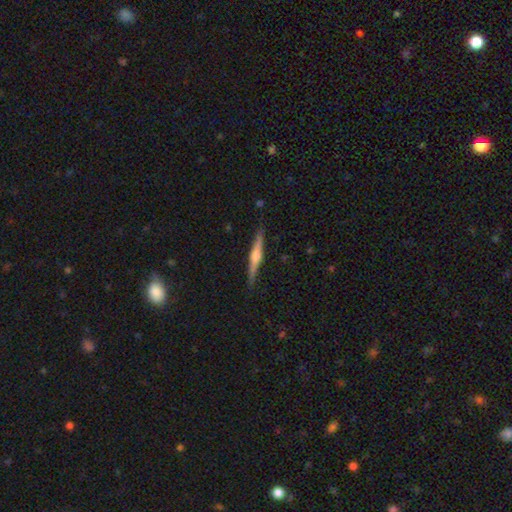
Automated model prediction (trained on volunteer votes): Smooth or featured: featured or disk — 76% (smooth — 19%)
Edge-on disk: yes — 98% (no — 2%)
Edge-on bulge: rounded — 86% (boxy — 10%)
Merging: none — 90% (minor disturbance — 7%)